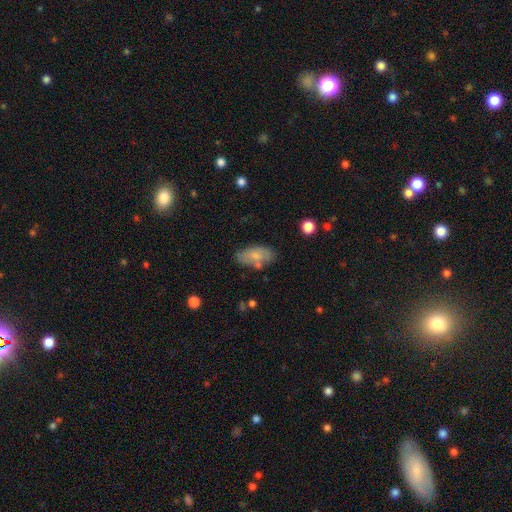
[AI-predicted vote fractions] Overall: smooth (68%). How rounded: in between (91%). Merging: none (65%).